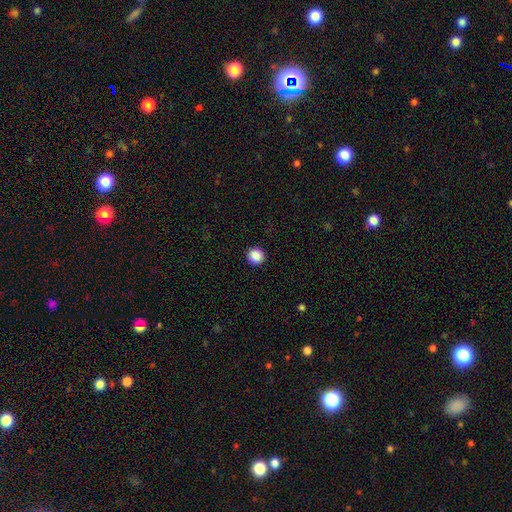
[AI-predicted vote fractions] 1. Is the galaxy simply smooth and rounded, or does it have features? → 88% smooth, 9% star or artifact, 3% featured or disk.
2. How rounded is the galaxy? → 95% round, 5% in between, 1% cigar-shaped.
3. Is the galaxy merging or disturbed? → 93% none, 4% minor disturbance, 2% major disturbance, 1% merger.